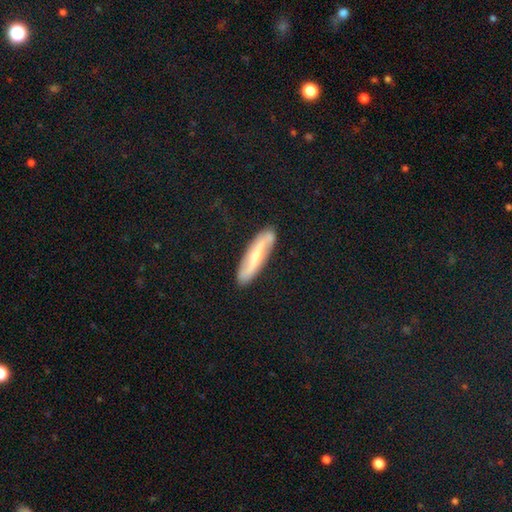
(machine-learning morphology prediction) The model was most divided on "smooth or featured": featured or disk: 58%, smooth: 35%, star or artifact: 6%. More confident: merging — none (84%); edge-on disk — no (67%).